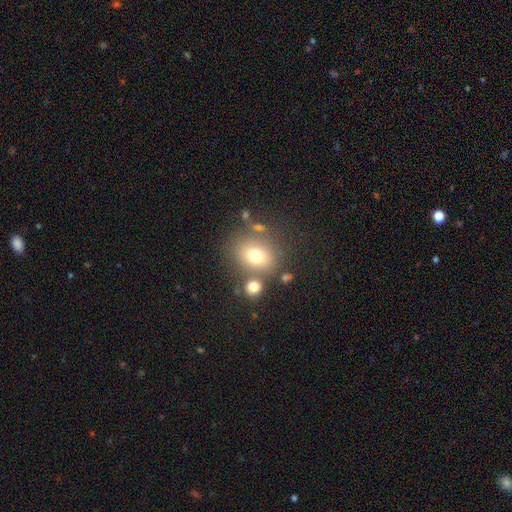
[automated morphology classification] smooth_or_featured: smooth (p=0.73) [alt: featured or disk p=0.14]
how_rounded: round (p=0.62) [alt: in between p=0.37]
merging: none (p=0.65) [alt: merger p=0.16]